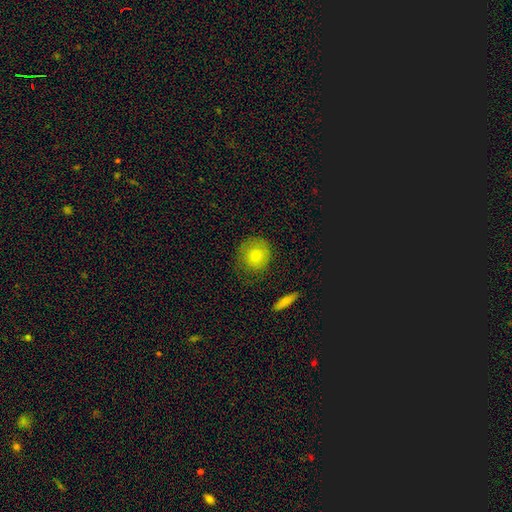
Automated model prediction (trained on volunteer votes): Smooth or featured? Predicted: smooth (p=0.75). How rounded? Predicted: round (p=0.87). Merging? Predicted: none (p=0.75).